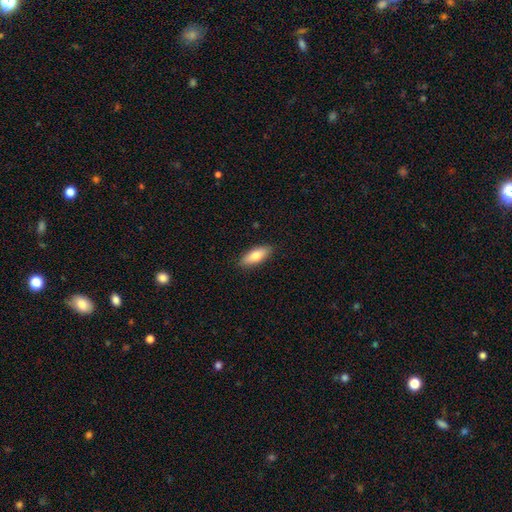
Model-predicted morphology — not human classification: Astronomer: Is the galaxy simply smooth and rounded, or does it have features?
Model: smooth — 77%.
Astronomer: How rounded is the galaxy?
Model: in between — 75%.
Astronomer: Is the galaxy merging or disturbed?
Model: none — 88%.